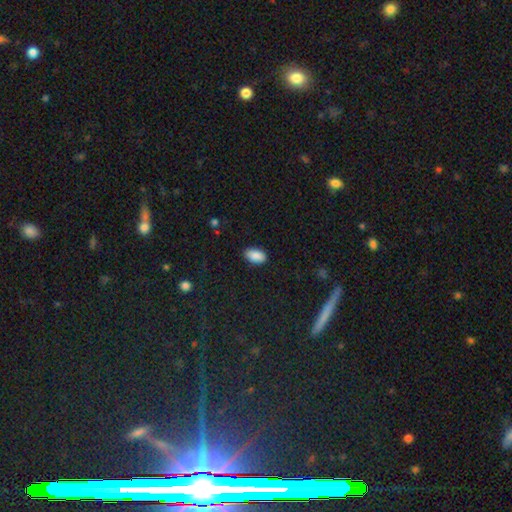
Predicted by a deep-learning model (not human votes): Smooth or featured? Predicted: smooth (p=0.88). How rounded? Predicted: in between (p=0.94). Merging? Predicted: none (p=0.86).